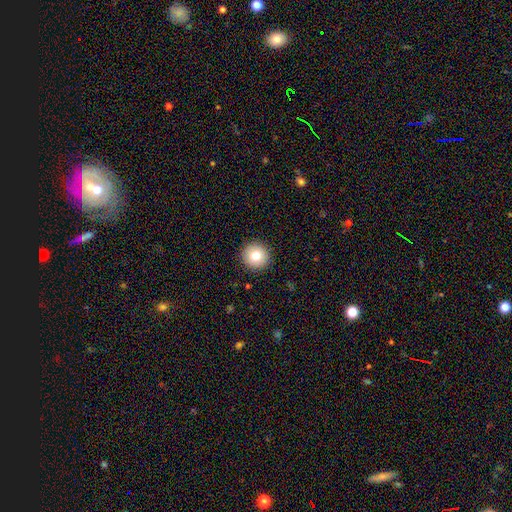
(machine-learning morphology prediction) Q: Smooth or featured?
A: smooth (78%); runner-up: featured or disk (12%)
Q: How rounded?
A: round (95%); runner-up: in between (4%)
Q: Merging?
A: none (92%); runner-up: minor disturbance (5%)